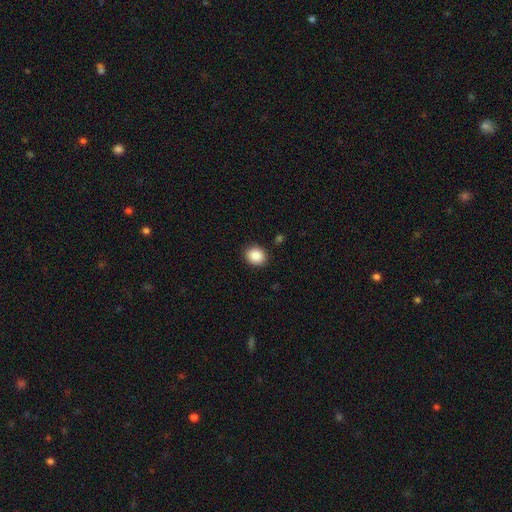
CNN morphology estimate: Q: Smooth or featured?
A: smooth (88%); runner-up: star or artifact (8%)
Q: How rounded?
A: round (71%); runner-up: in between (29%)
Q: Merging?
A: none (90%); runner-up: minor disturbance (7%)